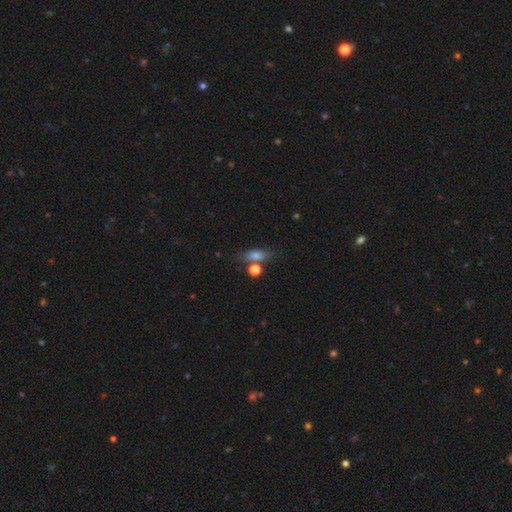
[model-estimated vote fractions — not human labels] This appears to be a smooth galaxy with no disk features (69%) that is in between round and cigar-shaped (60%). Merging: none (67%).